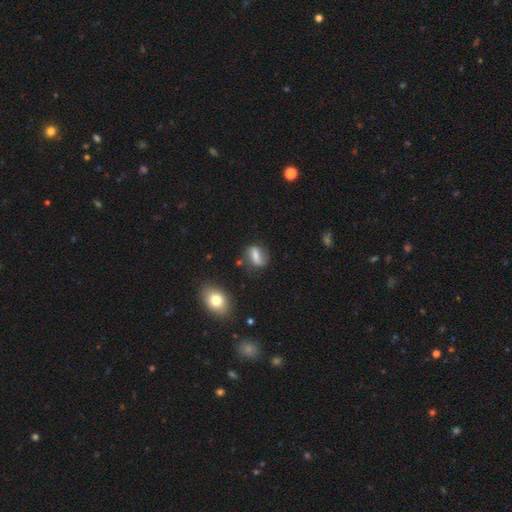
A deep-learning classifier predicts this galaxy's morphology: smooth 54%, featured or disk 36%, star or artifact 10%. Down the decision tree: how rounded — in between (65%); merging — none (66%).